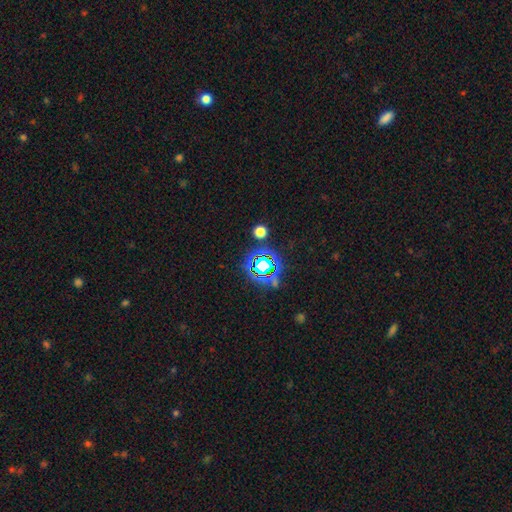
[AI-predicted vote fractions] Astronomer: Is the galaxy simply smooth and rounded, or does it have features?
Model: star or artifact — 69%.